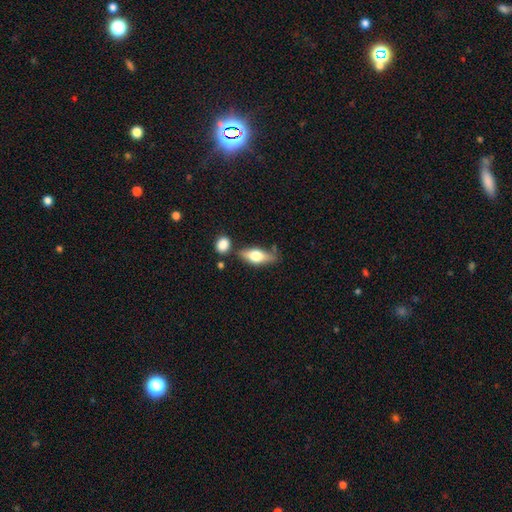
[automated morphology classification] This appears to be a smooth galaxy with no disk features (55%) that is in between round and cigar-shaped (69%). Merging: none (66%).